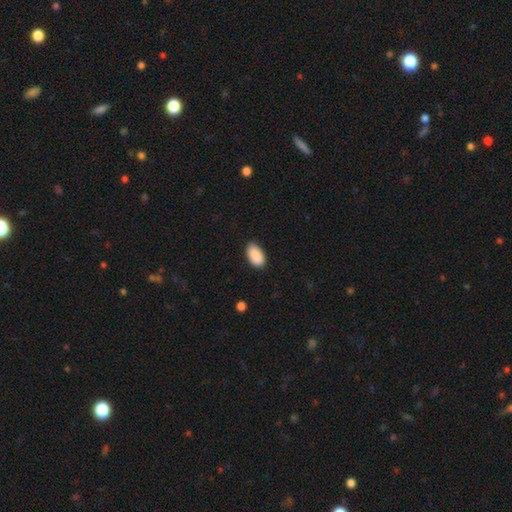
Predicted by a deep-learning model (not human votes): A smooth galaxy with no disk features (91%) that is in between round and cigar-shaped (95%). Merging: none (85%).